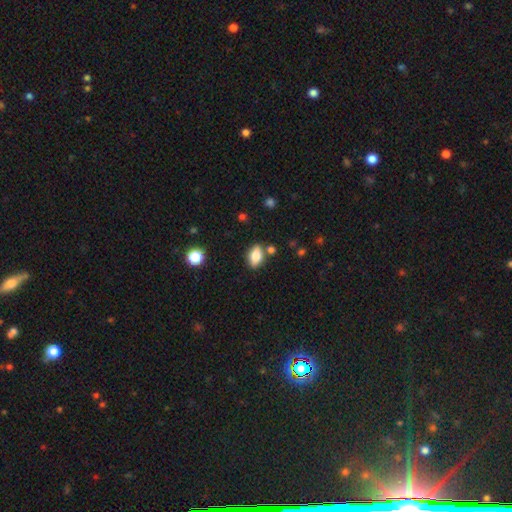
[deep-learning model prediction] smooth 78%, featured or disk 14%, star or artifact 9%. Down the decision tree: how rounded — in between (85%); merging — none (77%).